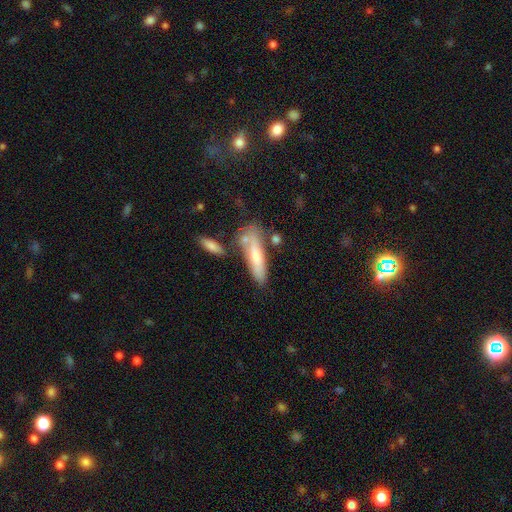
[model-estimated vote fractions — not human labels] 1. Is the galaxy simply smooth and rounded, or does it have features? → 64% smooth, 28% featured or disk, 7% star or artifact.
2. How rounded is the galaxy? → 67% cigar-shaped, 31% in between, 2% round.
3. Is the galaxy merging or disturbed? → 58% none, 19% minor disturbance, 16% merger, 6% major disturbance.